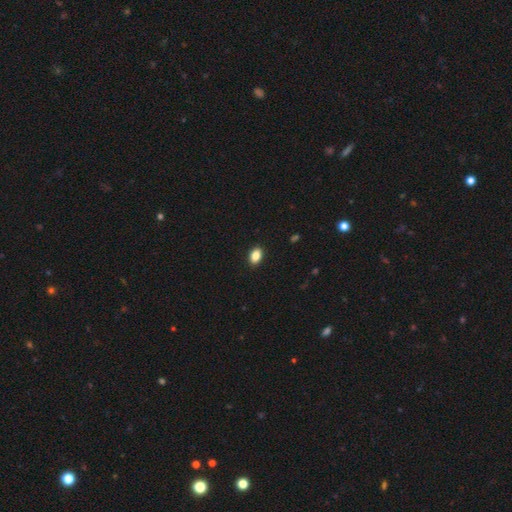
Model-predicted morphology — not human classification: A smooth galaxy with no disk features (86%) that is in between round and cigar-shaped (86%). Merging: none (90%).